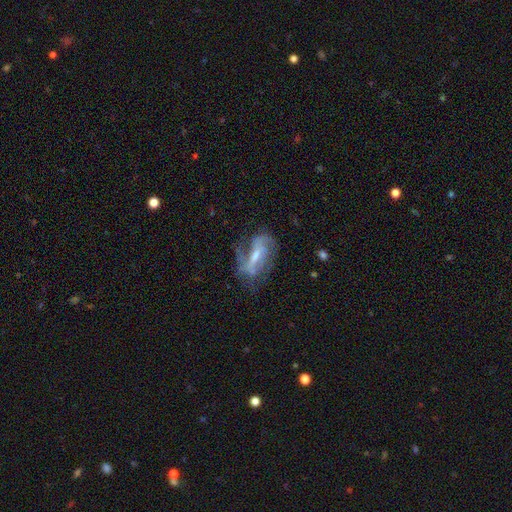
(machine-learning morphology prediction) Smooth or featured?
  - featured or disk: 74% *
  - smooth: 18%
  - star or artifact: 8%
Edge-on disk?
  - no: 91% *
  - yes: 9%
Bar?
  - weak: 42% *
  - strong: 38%
  - no: 21%
Spiral arms?
  - yes: 80% *
  - no: 20%
Spiral winding?
  - medium: 43% *
  - loose: 32%
  - tight: 25%
Spiral arm count?
  - 2: 49% *
  - can't tell: 26%
  - 3: 11%
  - 1: 8%
  - 4: 3%
  - more than 4: 2%
Bulge size?
  - moderate: 43% *
  - small: 41%
  - none: 10%
  - large: 5%
  - dominant: 1%
Merging?
  - none: 49% *
  - major disturbance: 24%
  - minor disturbance: 24%
  - merger: 3%